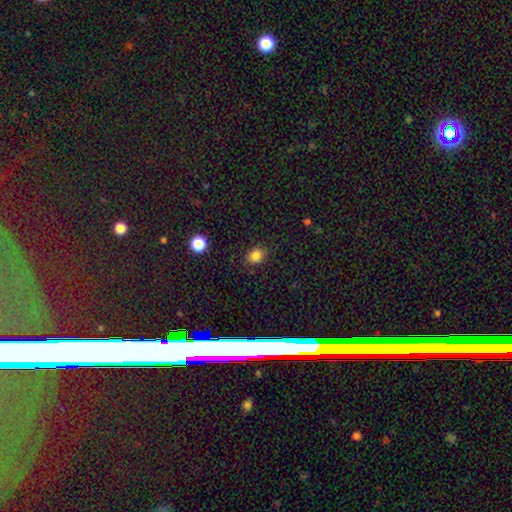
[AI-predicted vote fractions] Q: Smooth or featured?
A: smooth (84%); runner-up: star or artifact (12%)
Q: How rounded?
A: round (55%); runner-up: in between (45%)
Q: Merging?
A: none (85%); runner-up: minor disturbance (11%)